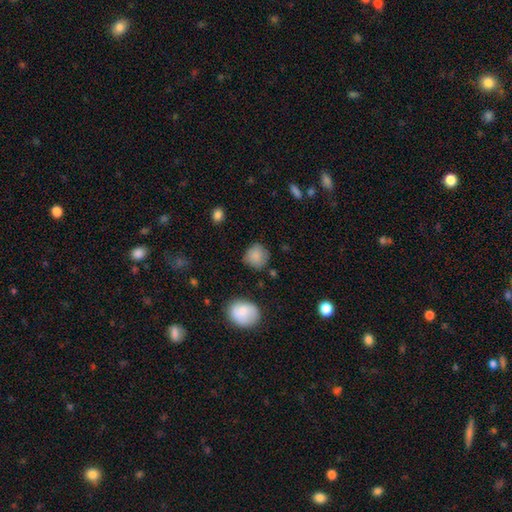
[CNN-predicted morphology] Smooth or featured? smooth (84%)
How rounded? round (85%)
Merging? none (74%)